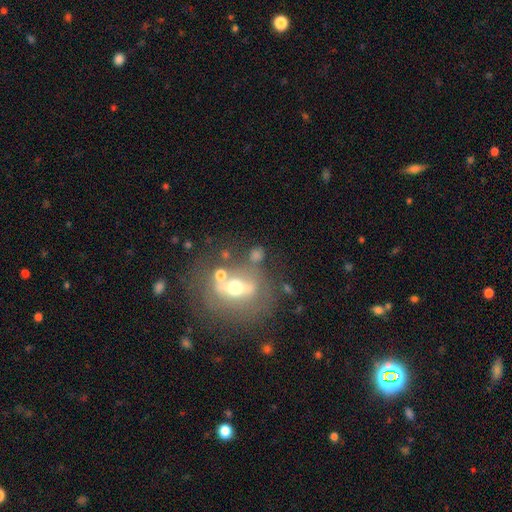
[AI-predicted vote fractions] smooth-or-featured: featured or disk: 56% | smooth: 30% | star or artifact: 14%
  disk-edge-on: no: 69% | yes: 31%
  merging: none: 57% | minor disturbance: 16% | merger: 15% | major disturbance: 11%